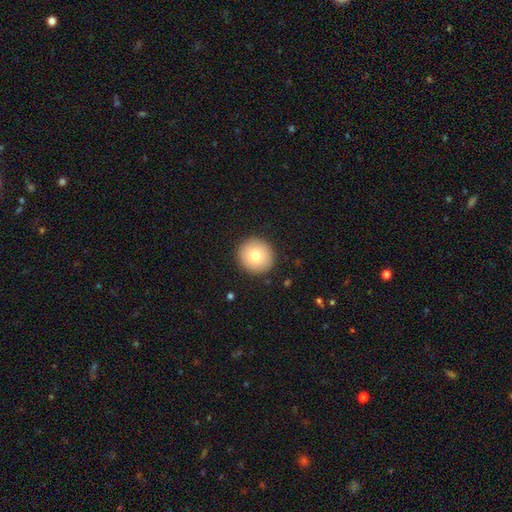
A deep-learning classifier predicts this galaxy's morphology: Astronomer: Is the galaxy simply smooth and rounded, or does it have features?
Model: smooth — 81%.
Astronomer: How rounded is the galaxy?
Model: round — 93%.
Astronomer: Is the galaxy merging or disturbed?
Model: none — 91%.